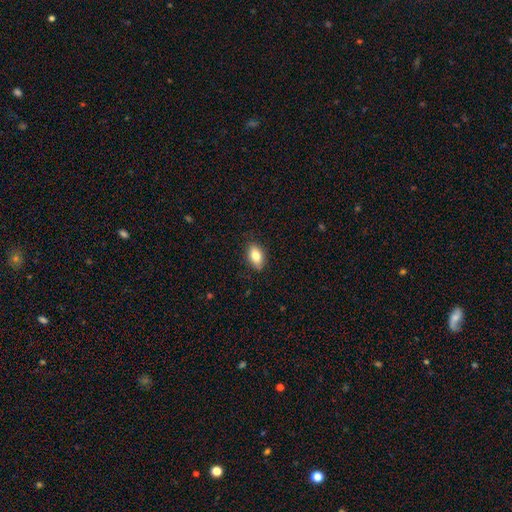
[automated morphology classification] Smooth or featured? smooth (81%)
How rounded? in between (89%)
Merging? none (84%)